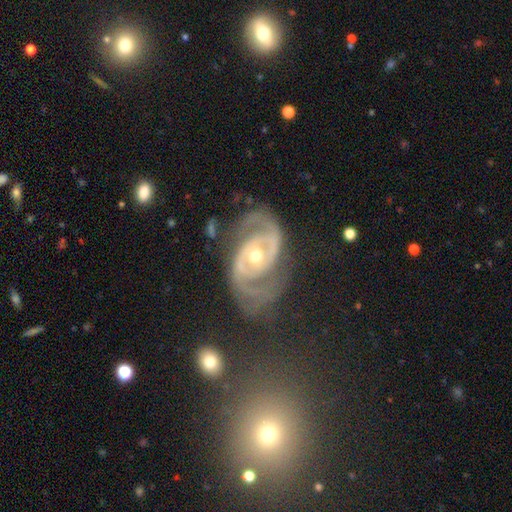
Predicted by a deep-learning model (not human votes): Overall: featured or disk (91%). Edge-on disk: no (97%). Bar: no (55%; weak 29%). Spiral arms: yes (97%). Spiral arm count: 2 (87%). Spiral winding: tight (46%; medium 44%). Bulge size: moderate (64%; small 31%). Merging: none (66%).